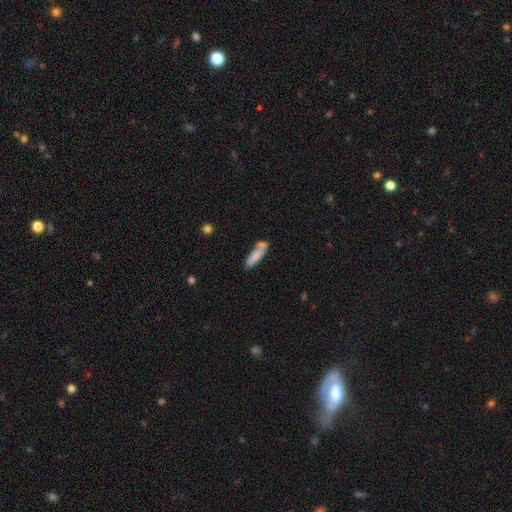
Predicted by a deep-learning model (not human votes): Smooth or featured? Predicted: smooth (p=0.78). How rounded? Predicted: cigar-shaped (p=0.66). Merging? Predicted: none (p=0.57).